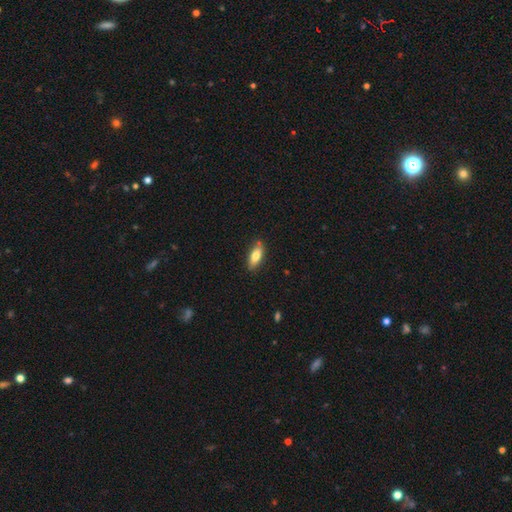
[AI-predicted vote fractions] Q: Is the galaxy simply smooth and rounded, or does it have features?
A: smooth — 75%.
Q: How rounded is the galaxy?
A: in between — 74%.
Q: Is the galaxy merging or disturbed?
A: none — 83%.